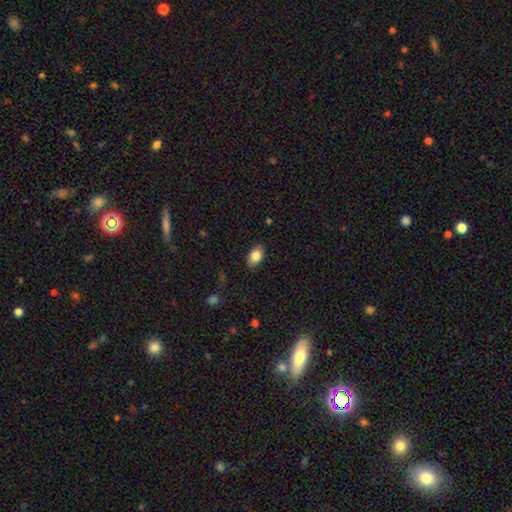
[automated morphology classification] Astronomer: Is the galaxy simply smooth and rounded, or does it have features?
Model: smooth — 84%.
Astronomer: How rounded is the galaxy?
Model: in between — 89%.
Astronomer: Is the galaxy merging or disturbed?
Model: none — 87%.